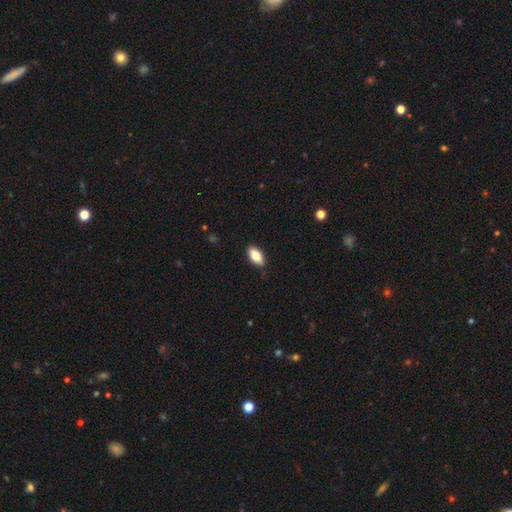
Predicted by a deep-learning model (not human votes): smooth 77%, featured or disk 16%, star or artifact 7%. Down the decision tree: how rounded — in between (88%); merging — none (86%).